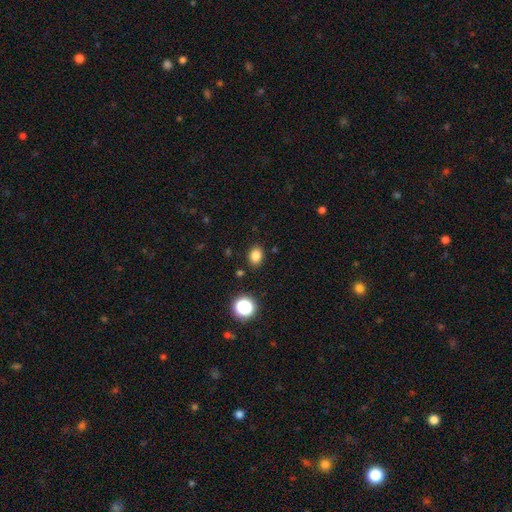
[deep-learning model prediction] Smooth or featured? smooth (82%)
How rounded? in between (57%)
Merging? none (87%)